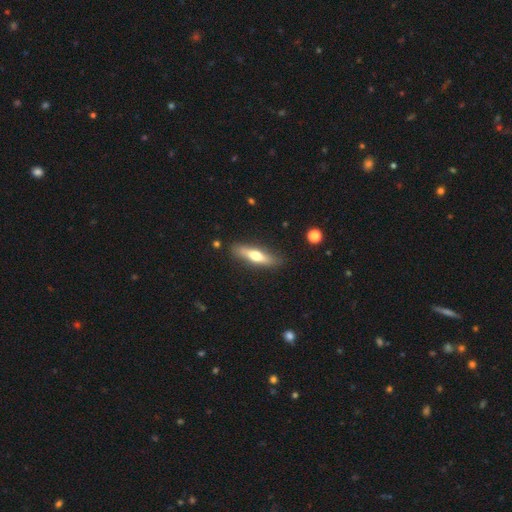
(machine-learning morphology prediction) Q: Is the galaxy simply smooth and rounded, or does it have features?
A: smooth — 53%.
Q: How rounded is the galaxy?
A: cigar-shaped — 73%.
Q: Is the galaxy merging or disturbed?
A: none — 84%.